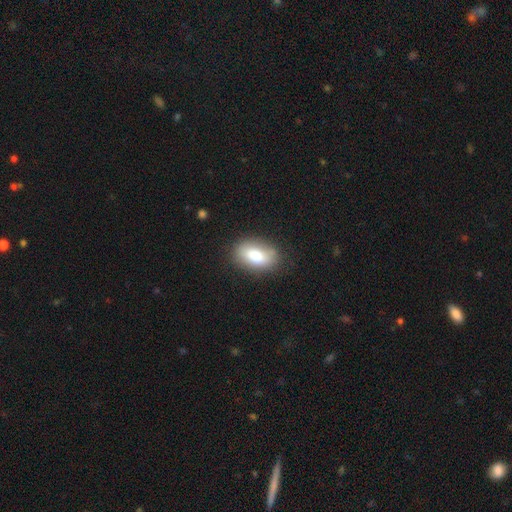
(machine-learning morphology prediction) smooth 78%, featured or disk 14%, star or artifact 8%. Down the decision tree: how rounded — in between (88%); merging — none (81%).